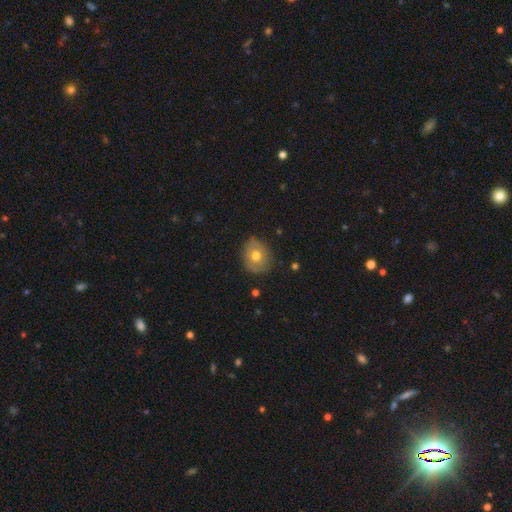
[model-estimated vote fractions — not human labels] Smooth or featured?
  - smooth: 62% *
  - featured or disk: 30%
  - star or artifact: 8%
How rounded?
  - round: 65% *
  - in between: 34%
  - cigar-shaped: 1%
Merging?
  - none: 76% *
  - minor disturbance: 19%
  - major disturbance: 4%
  - merger: 1%